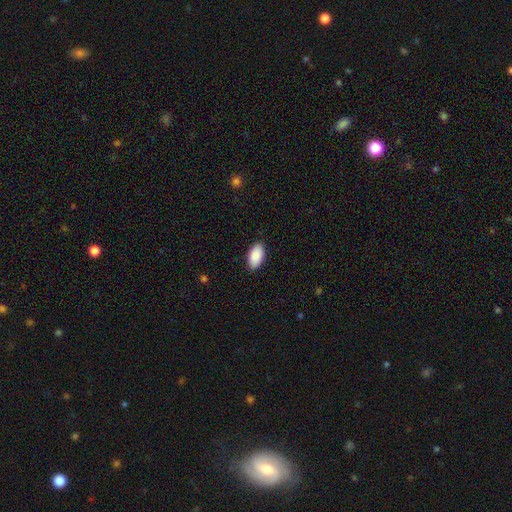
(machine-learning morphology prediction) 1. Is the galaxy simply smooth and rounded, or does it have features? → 91% smooth, 6% star or artifact, 3% featured or disk.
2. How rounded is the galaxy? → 96% in between, 2% round, 2% cigar-shaped.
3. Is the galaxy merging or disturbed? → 88% none, 9% minor disturbance, 2% major disturbance, 1% merger.